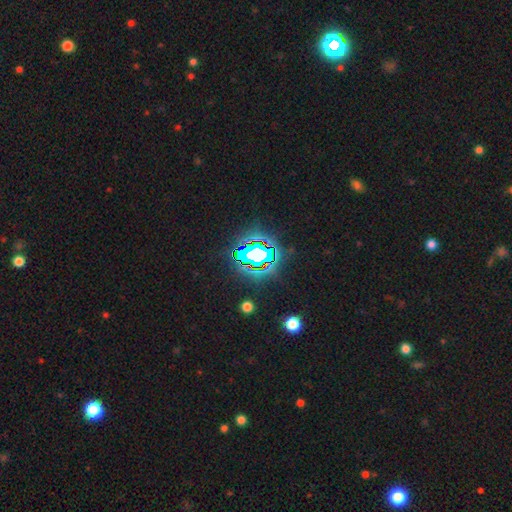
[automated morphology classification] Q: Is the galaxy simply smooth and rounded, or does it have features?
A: star or artifact — 69%.